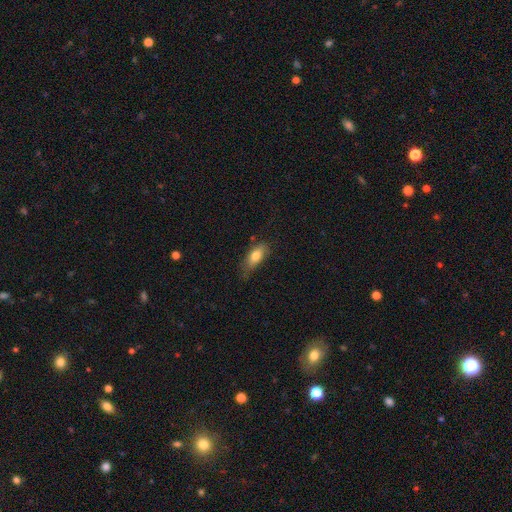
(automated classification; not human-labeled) Smooth or featured: smooth — 78% (featured or disk — 15%)
How rounded: in between — 80% (cigar-shaped — 16%)
Merging: none — 60% (minor disturbance — 30%)